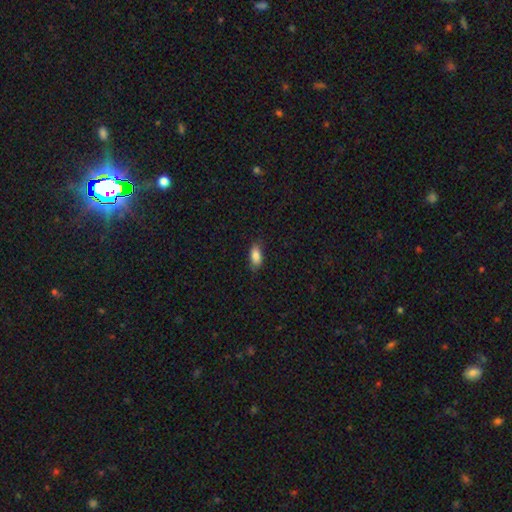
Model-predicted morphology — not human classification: Smooth or featured? Predicted: smooth (p=0.84). How rounded? Predicted: in between (p=0.87). Merging? Predicted: none (p=0.82).